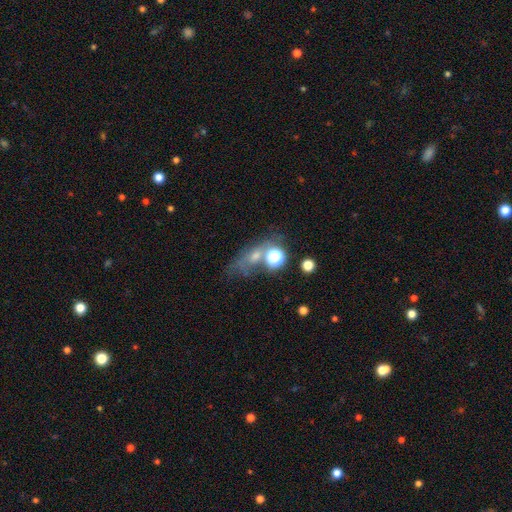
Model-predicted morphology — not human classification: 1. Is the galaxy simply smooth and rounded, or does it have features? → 41% smooth, 34% star or artifact, 25% featured or disk.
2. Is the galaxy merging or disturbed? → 48% none, 20% merger, 17% minor disturbance, 16% major disturbance.